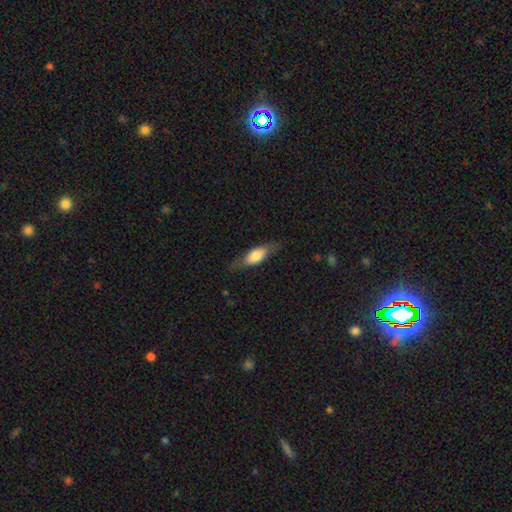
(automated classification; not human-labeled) Morphology: type=smooth (58%); roundness=in between (62%); merging=none (75%).